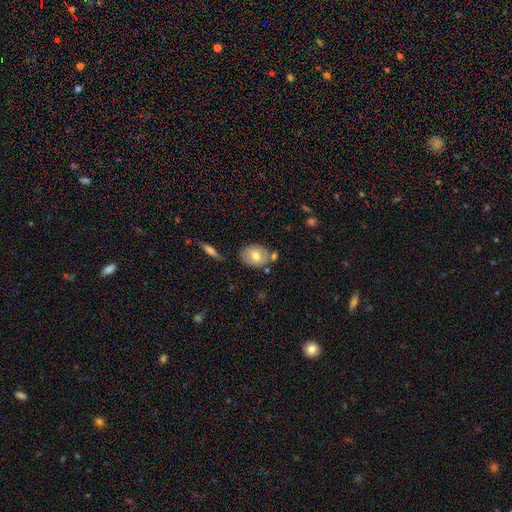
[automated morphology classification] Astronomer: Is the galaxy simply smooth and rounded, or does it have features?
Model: smooth — 68%.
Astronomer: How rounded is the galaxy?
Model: in between — 73%.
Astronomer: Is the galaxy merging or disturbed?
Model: none — 69%.